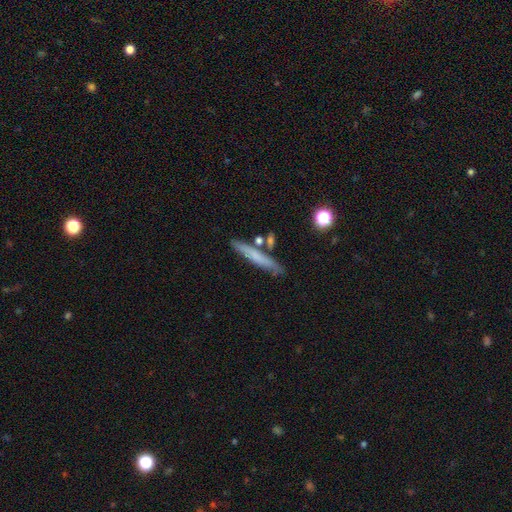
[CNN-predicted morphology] Q: Smooth or featured?
A: smooth (61%); runner-up: featured or disk (32%)
Q: How rounded?
A: cigar-shaped (93%); runner-up: in between (5%)
Q: Merging?
A: none (78%); runner-up: minor disturbance (12%)